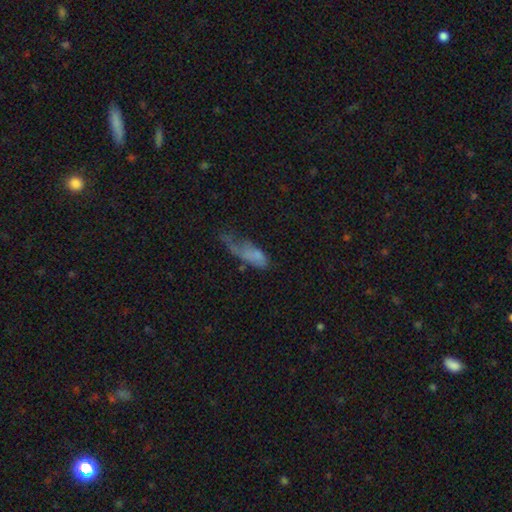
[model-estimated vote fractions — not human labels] smooth_or_featured: smooth (p=0.64) [alt: featured or disk p=0.25]
how_rounded: in between (p=0.74) [alt: cigar-shaped p=0.22]
merging: major disturbance (p=0.50) [alt: minor disturbance p=0.24]